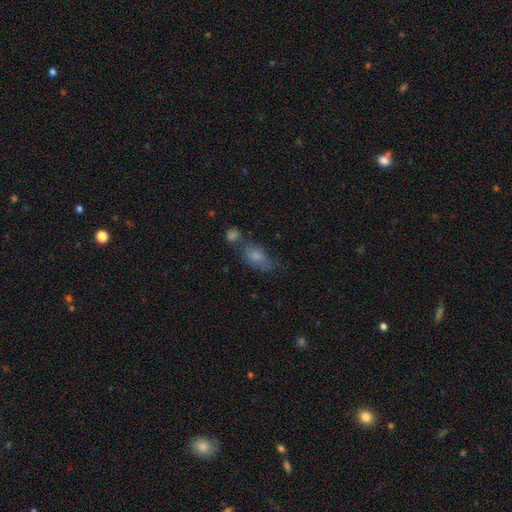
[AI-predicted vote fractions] Overall: smooth (57%; featured or disk 22%). How rounded: in between (77%). Merging: none (54%; merger 21%).